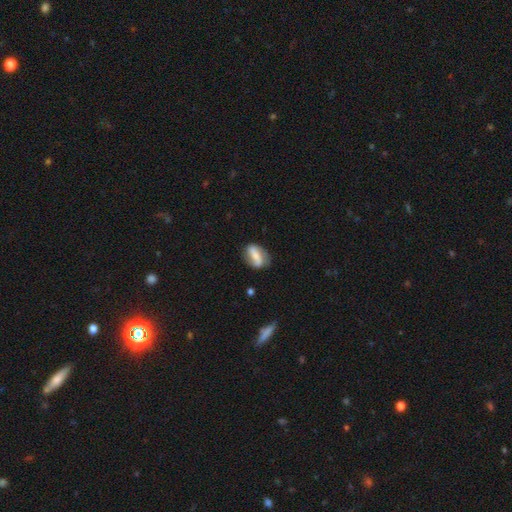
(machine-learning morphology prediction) This appears to be a featured or disk galaxy (62%) with a strong bar (52%), spiral arms (84%) and a small central bulge (45%). Merging: none (71%).